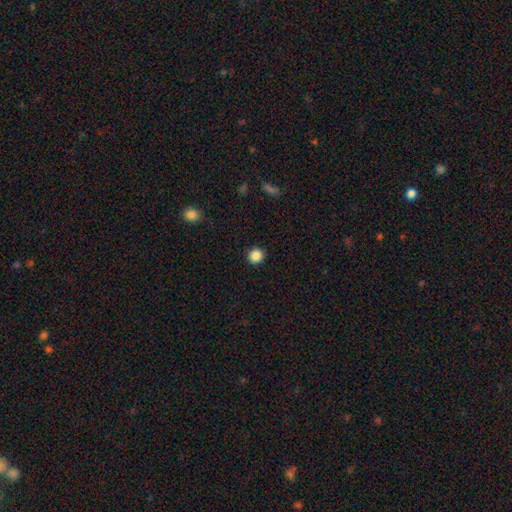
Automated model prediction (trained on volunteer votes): Q: Smooth or featured?
A: smooth (86%); runner-up: star or artifact (11%)
Q: How rounded?
A: round (95%); runner-up: in between (4%)
Q: Merging?
A: none (93%); runner-up: minor disturbance (5%)